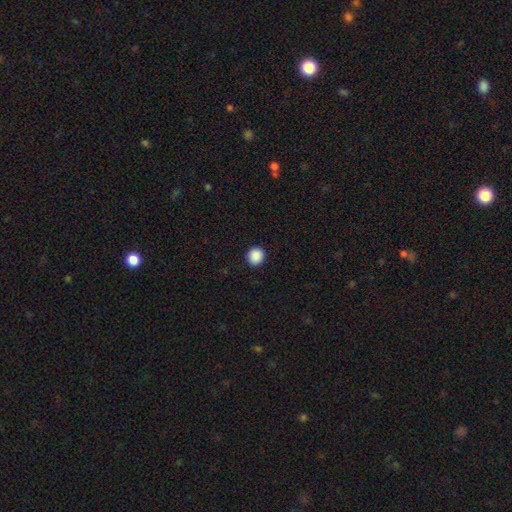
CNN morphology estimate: The model was most divided on "how rounded": round: 89%, in between: 10%, cigar-shaped: 1%. More confident: merging — none (93%); smooth or featured — smooth (89%).